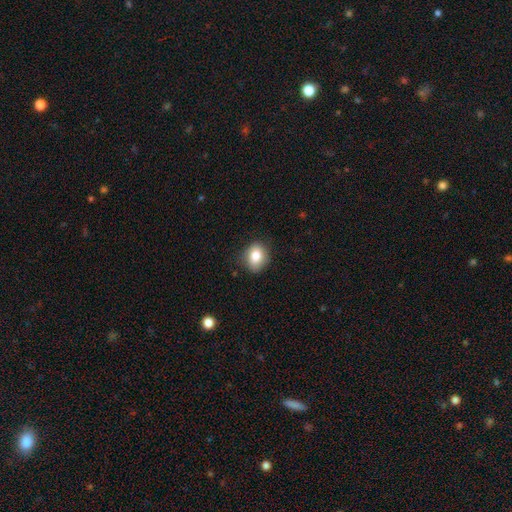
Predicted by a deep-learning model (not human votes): A smooth galaxy with no disk features (81%) that is round (51%).

Vote fractions:
- Smooth or featured? smooth: 81% / featured or disk: 10% / star or artifact: 9%
- How rounded? round: 51% / in between: 48% / cigar-shaped: 1%
- Merging? none: 79% / minor disturbance: 16% / major disturbance: 3% / merger: 1%